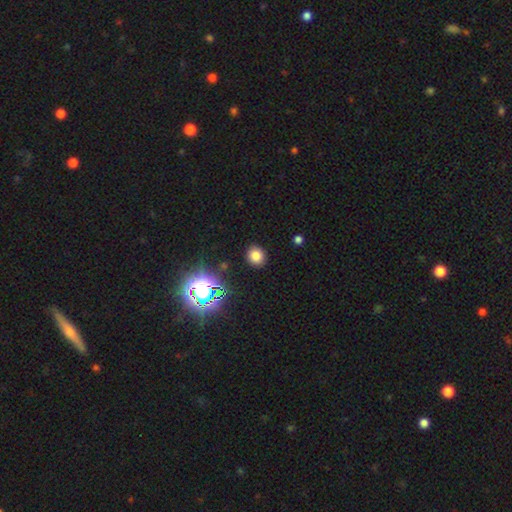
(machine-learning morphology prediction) This appears to be a smooth galaxy with no disk features (76%) that is round (76%). Merging: none (89%).